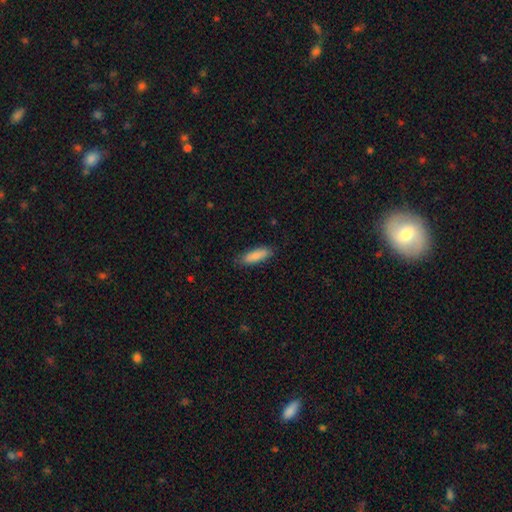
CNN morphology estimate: smooth-or-featured: smooth: 86% | featured or disk: 8% | star or artifact: 6%
  how-rounded: in between: 53% | cigar-shaped: 46% | round: 2%
  merging: none: 84% | minor disturbance: 13% | major disturbance: 2% | merger: 1%